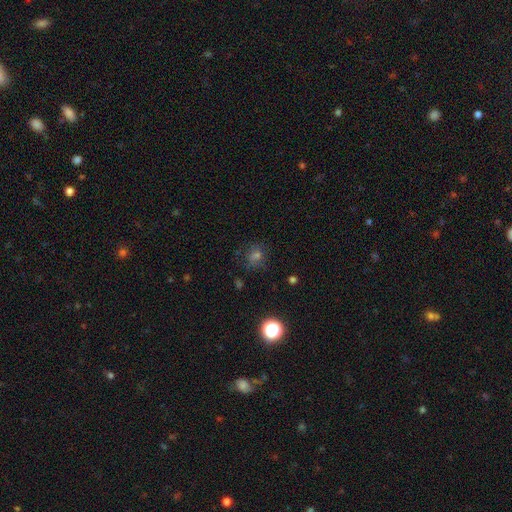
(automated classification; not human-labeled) smooth 52%, star or artifact 34%, featured or disk 15%. Down the decision tree: how rounded — round (76%); merging — none (73%).